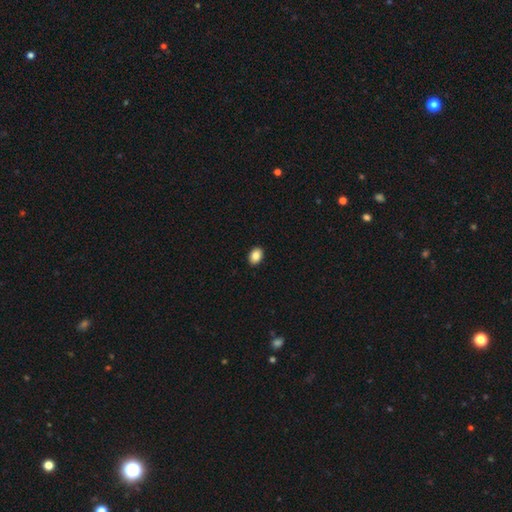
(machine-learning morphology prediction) Overall: smooth (86%). How rounded: in between (75%). Merging: none (92%).